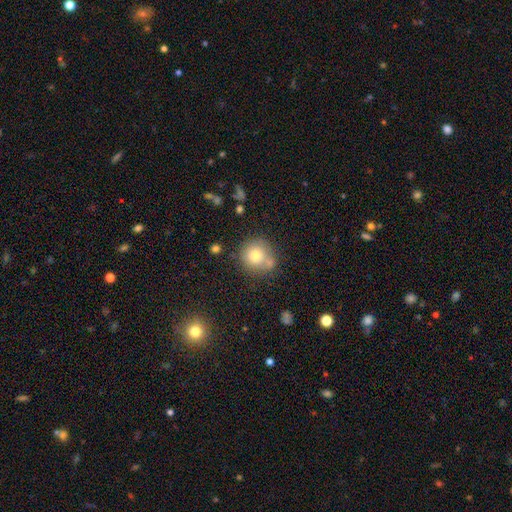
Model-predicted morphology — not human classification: This appears to be a smooth galaxy with no disk features (75%) that is round (91%). Merging: none (61%).